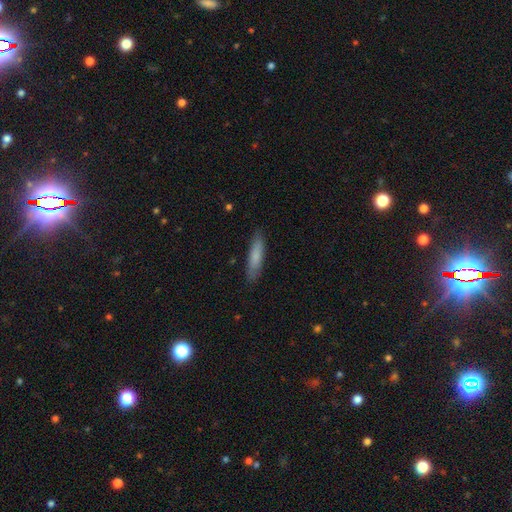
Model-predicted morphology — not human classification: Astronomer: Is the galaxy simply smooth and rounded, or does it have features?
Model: smooth — 79%.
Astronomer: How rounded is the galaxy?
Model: cigar-shaped — 79%.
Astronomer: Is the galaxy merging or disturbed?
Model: none — 86%.